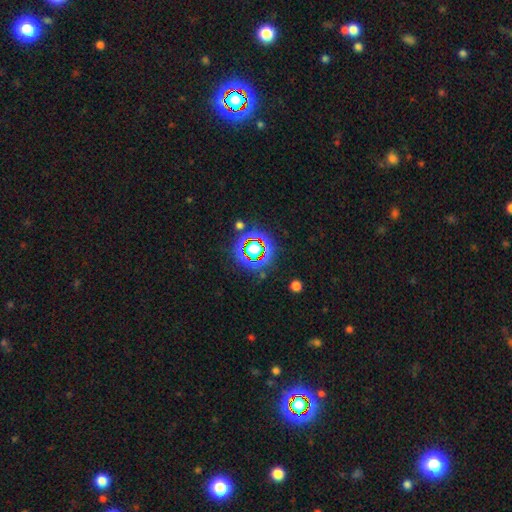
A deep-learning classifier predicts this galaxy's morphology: This appears to be a star or artifact, not a galaxy (77%).